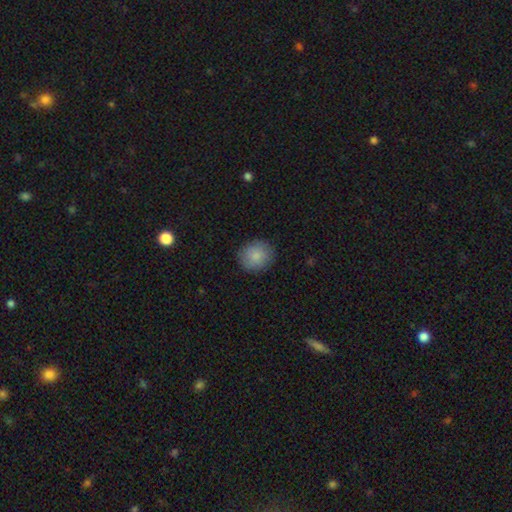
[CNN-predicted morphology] Q: Smooth or featured?
A: smooth (85%); runner-up: featured or disk (7%)
Q: How rounded?
A: round (77%); runner-up: in between (22%)
Q: Merging?
A: none (87%); runner-up: minor disturbance (10%)